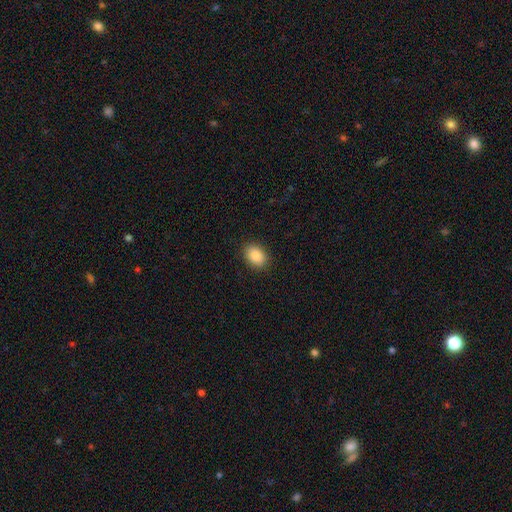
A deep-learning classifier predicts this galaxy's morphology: This appears to be a smooth galaxy with no disk features (89%) that is in between round and cigar-shaped (76%). Merging: none (90%).